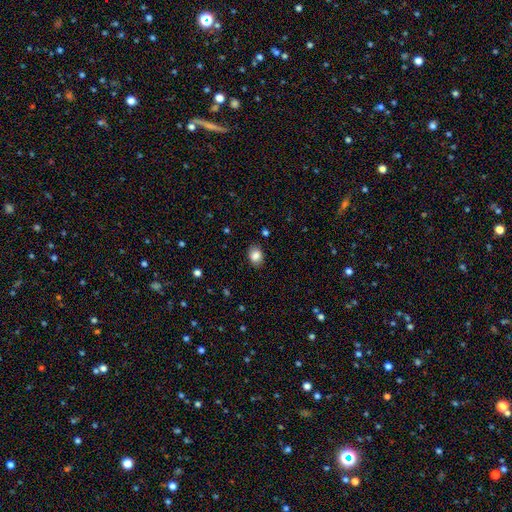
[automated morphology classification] smooth-or-featured: smooth: 85% | star or artifact: 8% | featured or disk: 6%
  how-rounded: in between: 67% | round: 31% | cigar-shaped: 1%
  merging: none: 86% | minor disturbance: 10% | major disturbance: 2% | merger: 1%